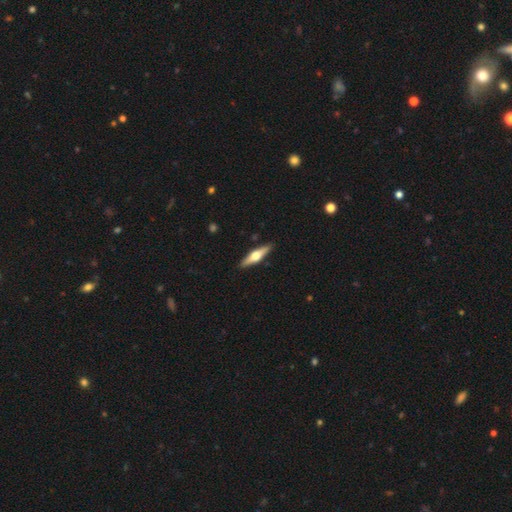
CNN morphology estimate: A featured or disk galaxy (64%) viewed edge-on (96%) with a rounded central bulge (95%). Merging: none (90%).